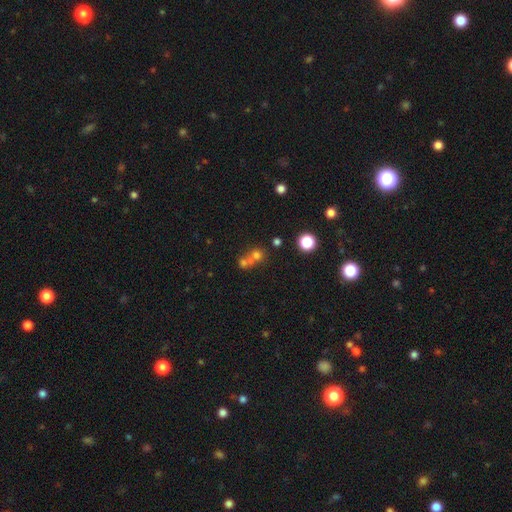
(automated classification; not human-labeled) Overall: smooth (64%). How rounded: round (85%). Merging: merger (52%; none 39%).